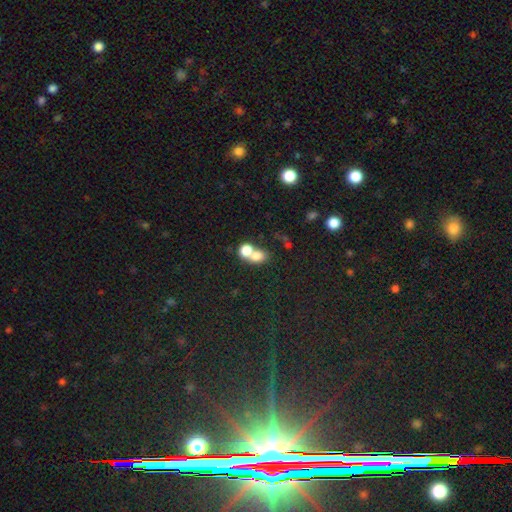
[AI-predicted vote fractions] This is likely a smooth galaxy (74%). How rounded: possibly round (50%). Merging: likely merger (63%).